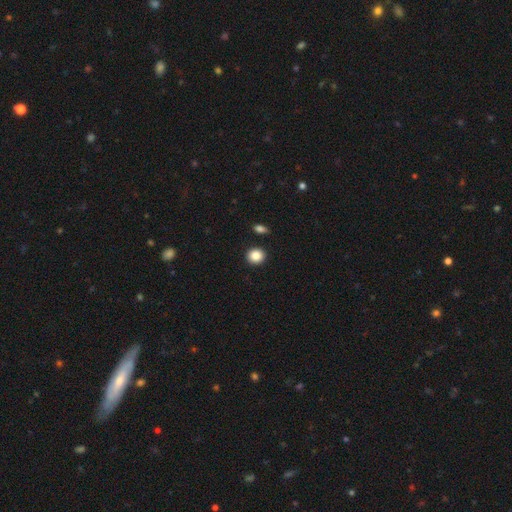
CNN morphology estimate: smooth_or_featured: smooth (p=0.87) [alt: star or artifact p=0.09]
how_rounded: round (p=0.82) [alt: in between p=0.17]
merging: none (p=0.89) [alt: minor disturbance p=0.06]